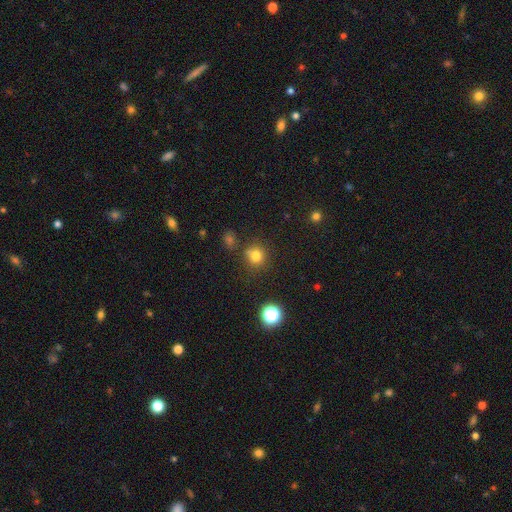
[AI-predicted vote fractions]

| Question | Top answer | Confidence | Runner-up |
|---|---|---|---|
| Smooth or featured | smooth | 76% | star or artifact (17%) |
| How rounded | round | 89% | in between (10%) |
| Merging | none | 75% | minor disturbance (11%) |